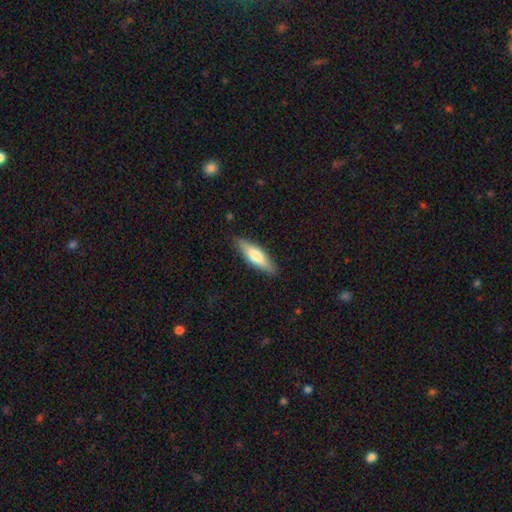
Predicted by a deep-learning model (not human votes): smooth-or-featured: smooth: 62% | featured or disk: 33% | star or artifact: 5%
  how-rounded: cigar-shaped: 57% | in between: 41% | round: 2%
  merging: none: 86% | minor disturbance: 10% | major disturbance: 2% | merger: 1%